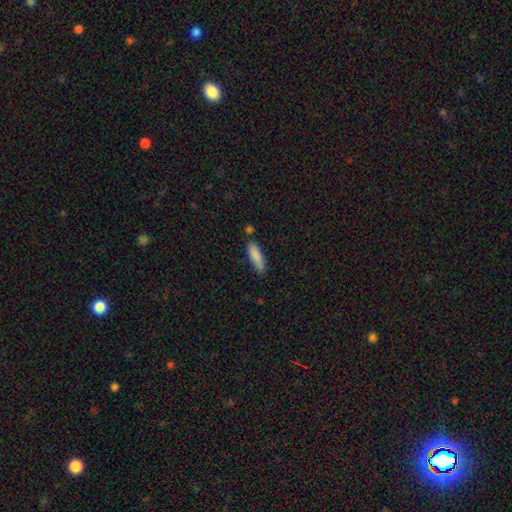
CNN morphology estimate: This is clearly a smooth galaxy (86%). How rounded: possibly cigar-shaped (55%). Merging: likely none (69%).